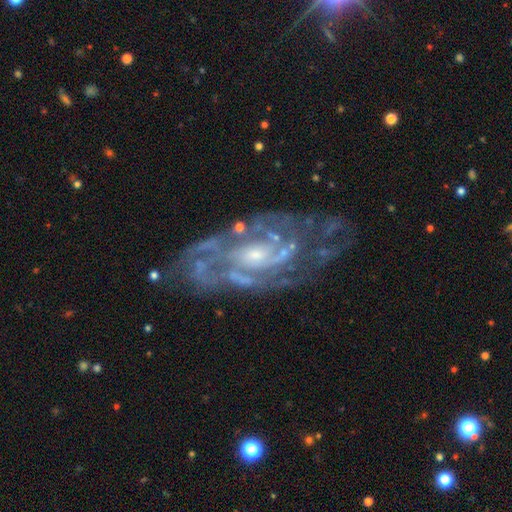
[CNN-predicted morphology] Smooth or featured?
  - featured or disk: 89% *
  - star or artifact: 6%
  - smooth: 5%
Edge-on disk?
  - no: 96% *
  - yes: 4%
Bar?
  - no: 64% *
  - weak: 27%
  - strong: 9%
Spiral arms?
  - yes: 94% *
  - no: 6%
Spiral winding?
  - tight: 56% *
  - medium: 35%
  - loose: 9%
Spiral arm count?
  - can't tell: 30% *
  - 2: 28%
  - 3: 19%
  - 4: 10%
  - more than 4: 7%
  - 1: 6%
Bulge size?
  - small: 64% *
  - moderate: 29%
  - none: 3%
  - large: 2%
  - dominant: 1%
Merging?
  - none: 57% *
  - minor disturbance: 22%
  - major disturbance: 17%
  - merger: 4%